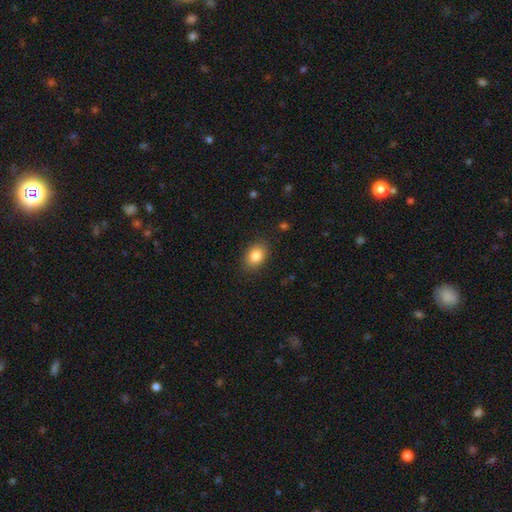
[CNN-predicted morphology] The model was most divided on "how rounded": in between: 75%, round: 24%, cigar-shaped: 1%. More confident: merging — none (86%); smooth or featured — smooth (84%).